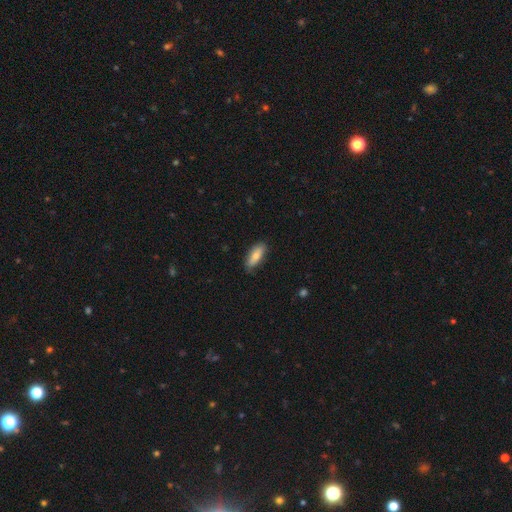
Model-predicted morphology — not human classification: smooth 76%, featured or disk 17%, star or artifact 6%. Down the decision tree: how rounded — in between (70%); merging — none (83%).